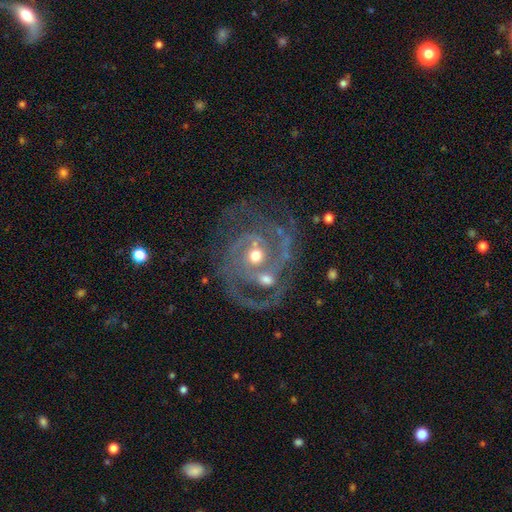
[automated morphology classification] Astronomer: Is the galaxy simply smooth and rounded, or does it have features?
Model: featured or disk — 87%.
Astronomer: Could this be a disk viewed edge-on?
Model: no — 97%.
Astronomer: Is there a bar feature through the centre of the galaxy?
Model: no — 75%.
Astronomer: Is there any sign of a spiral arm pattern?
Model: yes — 92%.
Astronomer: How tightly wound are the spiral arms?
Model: tight — 50% (runner-up: medium, 38%).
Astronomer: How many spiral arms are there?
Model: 2 — 38% (runner-up: 3, 21%).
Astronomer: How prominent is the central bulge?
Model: moderate — 63%.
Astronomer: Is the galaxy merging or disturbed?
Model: none — 50%.